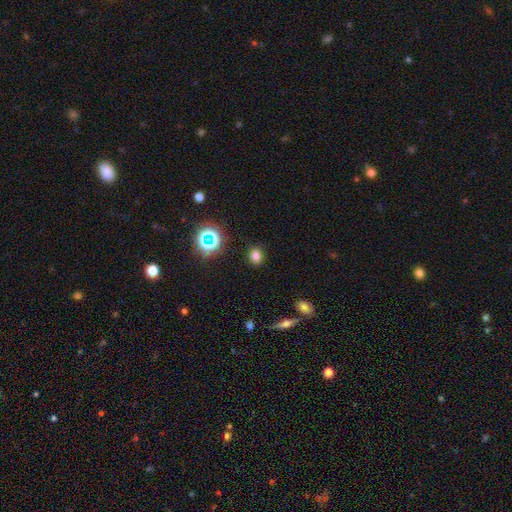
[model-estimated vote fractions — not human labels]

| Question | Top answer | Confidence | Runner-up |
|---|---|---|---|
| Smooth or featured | smooth | 75% | star or artifact (19%) |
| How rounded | round | 51% | in between (48%) |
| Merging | none | 87% | minor disturbance (8%) |